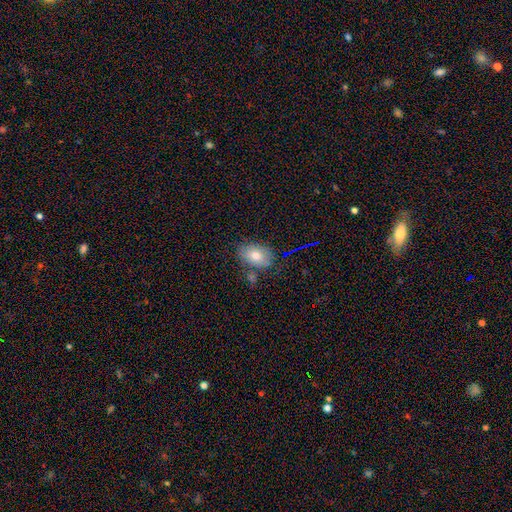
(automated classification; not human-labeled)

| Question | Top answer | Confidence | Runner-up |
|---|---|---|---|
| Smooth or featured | smooth | 75% | featured or disk (15%) |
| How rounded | in between | 82% | round (16%) |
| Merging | none | 72% | minor disturbance (16%) |